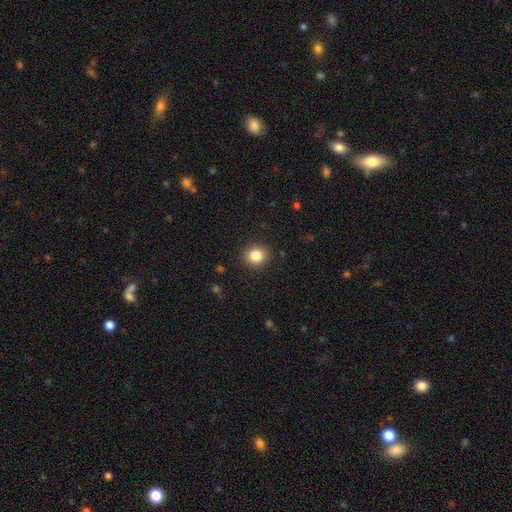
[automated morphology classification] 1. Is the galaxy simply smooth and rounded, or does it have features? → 85% smooth, 10% star or artifact, 5% featured or disk.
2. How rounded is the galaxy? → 80% round, 19% in between, 1% cigar-shaped.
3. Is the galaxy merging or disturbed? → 90% none, 7% minor disturbance, 2% major disturbance, 1% merger.